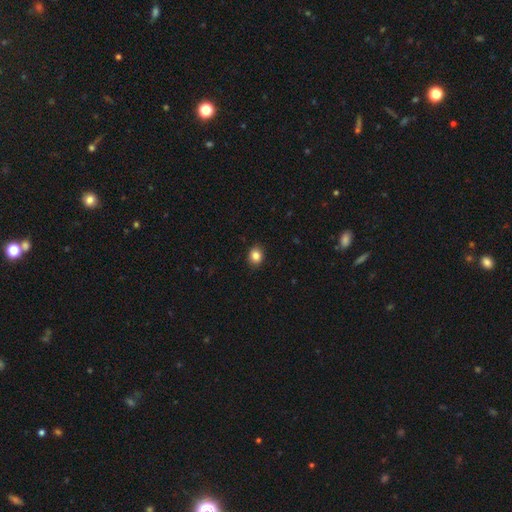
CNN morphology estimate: Smooth or featured? Predicted: smooth (p=0.84). How rounded? Predicted: round (p=0.57). Merging? Predicted: none (p=0.90).